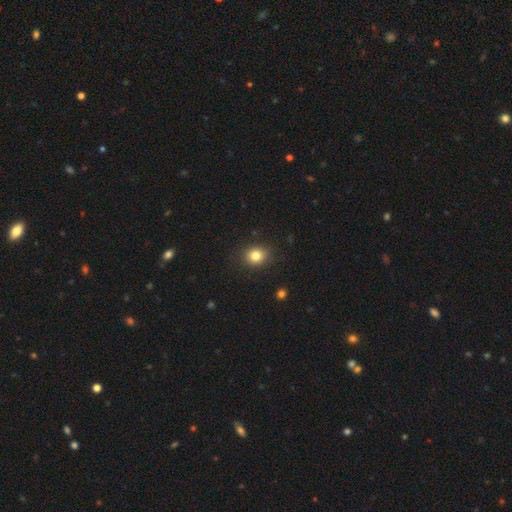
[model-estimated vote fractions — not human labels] smooth 82%, star or artifact 11%, featured or disk 6%. Down the decision tree: how rounded — round (69%); merging — none (88%).